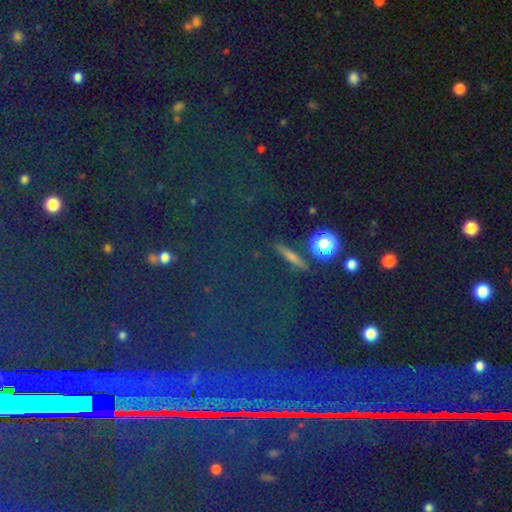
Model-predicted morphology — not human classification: star or artifact 85%, smooth 8%, featured or disk 6%.